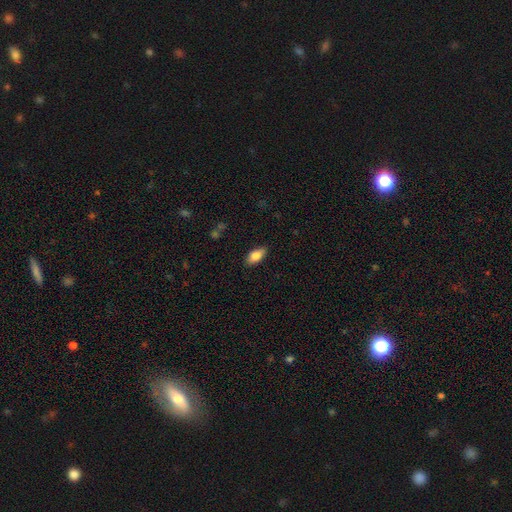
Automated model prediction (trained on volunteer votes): Smooth or featured: smooth — 81% (featured or disk — 12%)
How rounded: in between — 88% (cigar-shaped — 9%)
Merging: none — 86% (minor disturbance — 11%)